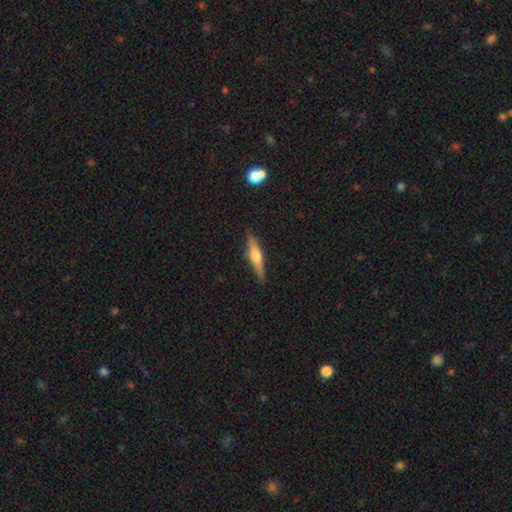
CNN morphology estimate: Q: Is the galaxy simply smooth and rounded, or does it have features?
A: featured or disk — 56%.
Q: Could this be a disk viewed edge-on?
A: yes — 96%.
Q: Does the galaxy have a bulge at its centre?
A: rounded — 87%.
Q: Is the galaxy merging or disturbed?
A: none — 89%.